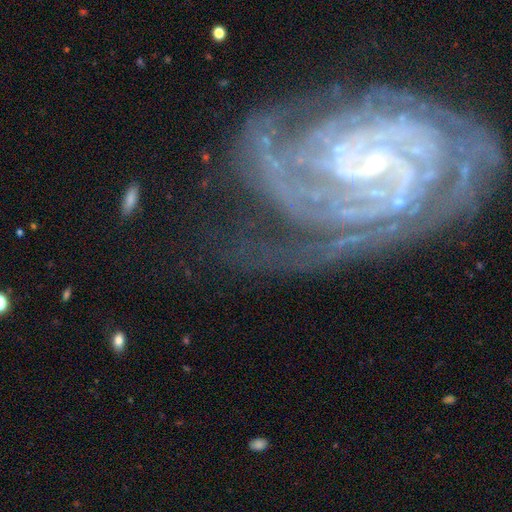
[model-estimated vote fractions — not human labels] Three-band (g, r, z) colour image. It shows a featured or disk galaxy (90%) with no bar (48%), 2 (24%) tight (74%) spiral arms (98%) and a small central bulge (84%). Merging: none (60%).